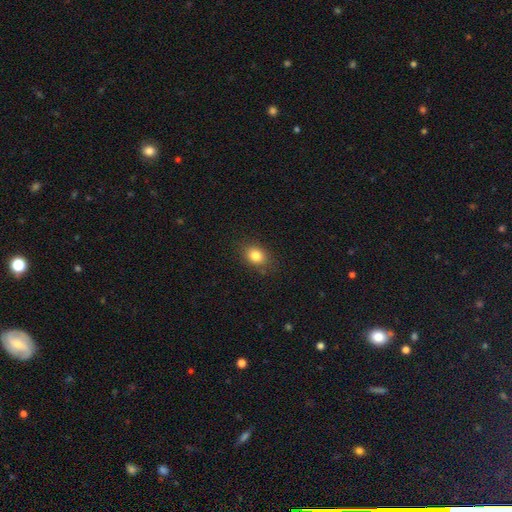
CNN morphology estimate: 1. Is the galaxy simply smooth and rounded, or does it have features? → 82% smooth, 11% star or artifact, 7% featured or disk.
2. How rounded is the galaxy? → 61% in between, 38% round, 1% cigar-shaped.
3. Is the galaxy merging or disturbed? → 82% none, 13% minor disturbance, 3% major disturbance, 1% merger.